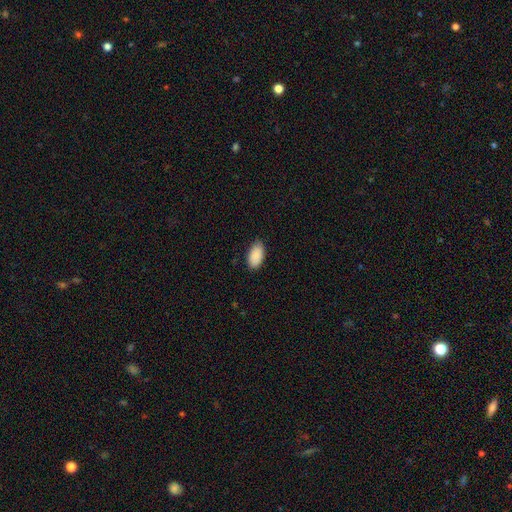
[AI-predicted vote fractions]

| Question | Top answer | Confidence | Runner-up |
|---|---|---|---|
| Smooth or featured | smooth | 90% | star or artifact (6%) |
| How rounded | in between | 95% | round (3%) |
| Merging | none | 82% | minor disturbance (14%) |